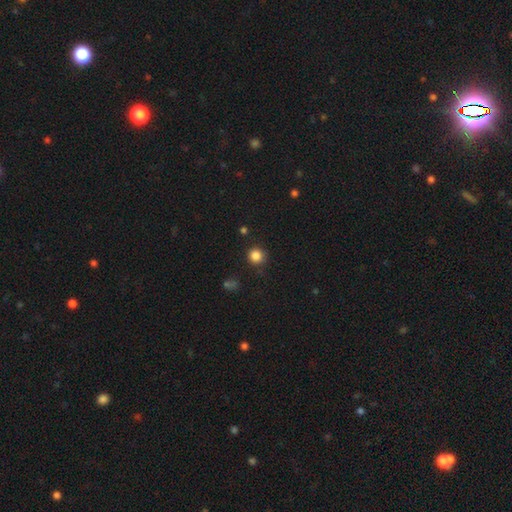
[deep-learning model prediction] This appears to be a smooth galaxy with no disk features (84%) that is round (92%). Merging: none (86%).